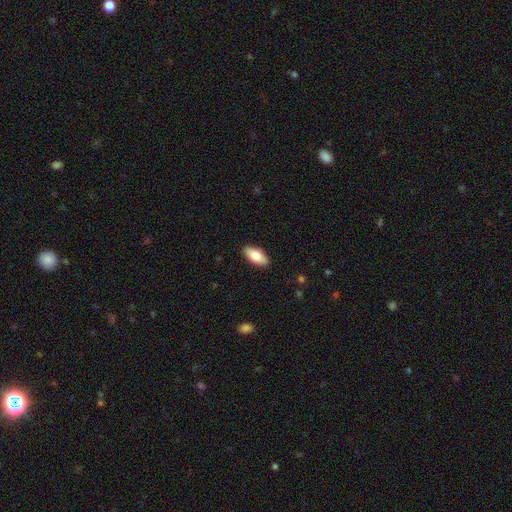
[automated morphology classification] Smooth or featured? smooth (77%)
How rounded? in between (88%)
Merging? none (89%)